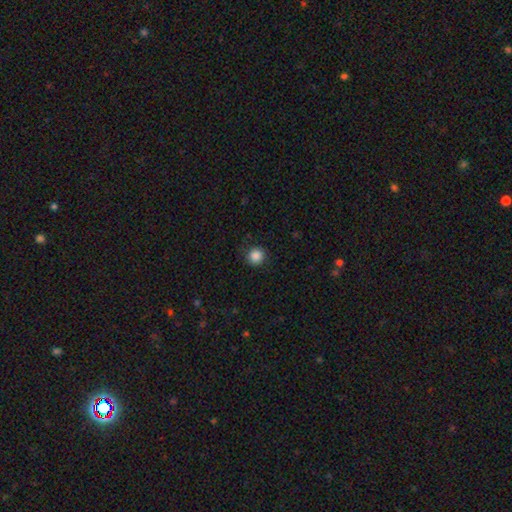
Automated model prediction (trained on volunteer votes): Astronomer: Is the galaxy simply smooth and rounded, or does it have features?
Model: smooth — 87%.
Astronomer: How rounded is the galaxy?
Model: round — 93%.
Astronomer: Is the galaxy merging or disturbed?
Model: none — 87%.